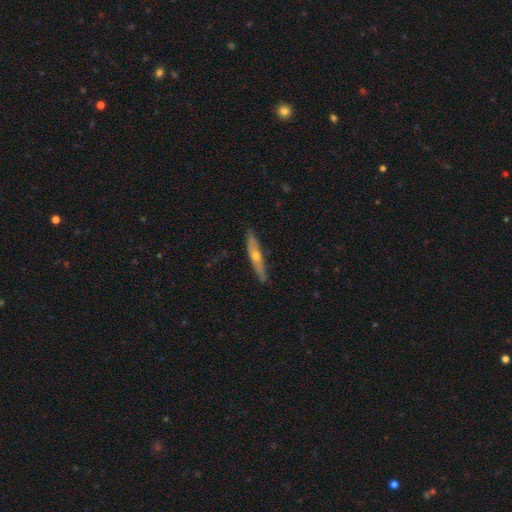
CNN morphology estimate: This appears to be a featured or disk galaxy (58%) viewed edge-on (88%) with a rounded central bulge (86%). Merging: none (86%).